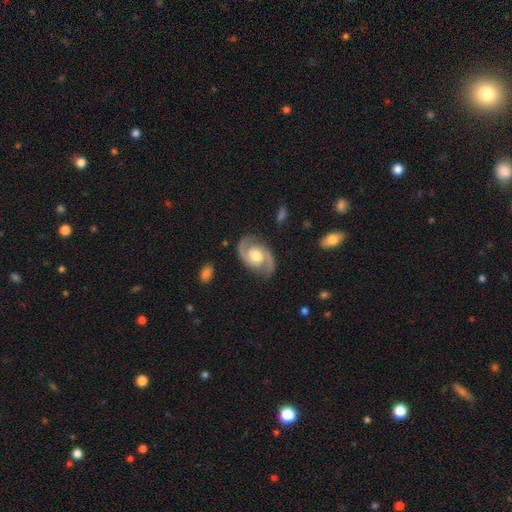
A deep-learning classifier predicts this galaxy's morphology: Smooth or featured? Predicted: featured or disk (p=0.89). Edge-on disk? Predicted: no (p=0.97). Bar? Predicted: no (p=0.51). Spiral arms? Predicted: yes (p=0.96). Spiral winding? Predicted: medium (p=0.58). Spiral arm count? Predicted: 2 (p=0.94). Bulge size? Predicted: moderate (p=0.67). Merging? Predicted: none (p=0.83).